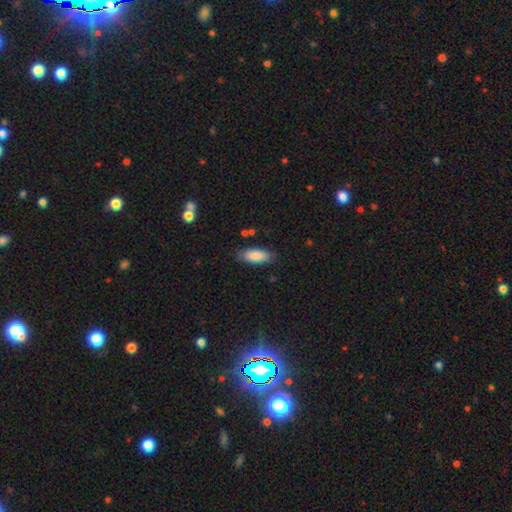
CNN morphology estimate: Smooth or featured? smooth (86%)
How rounded? in between (82%)
Merging? none (80%)